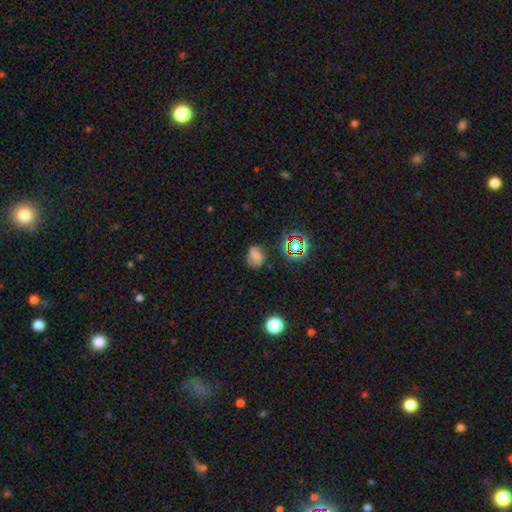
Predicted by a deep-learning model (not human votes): Overall: featured or disk (43%; smooth 39%). Merging: none (70%).